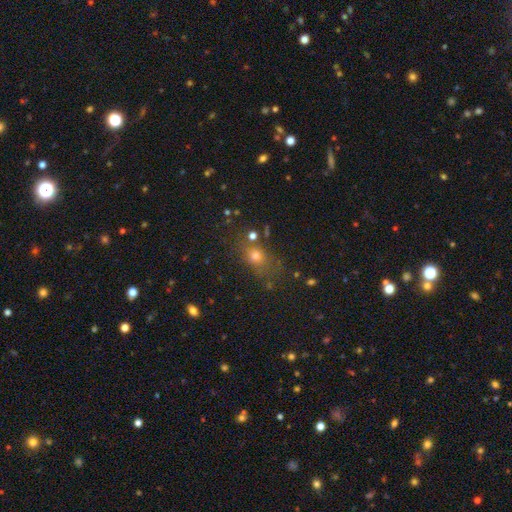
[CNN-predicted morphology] A smooth galaxy with no disk features (66%) that is round (50%). Merging: none (68%).